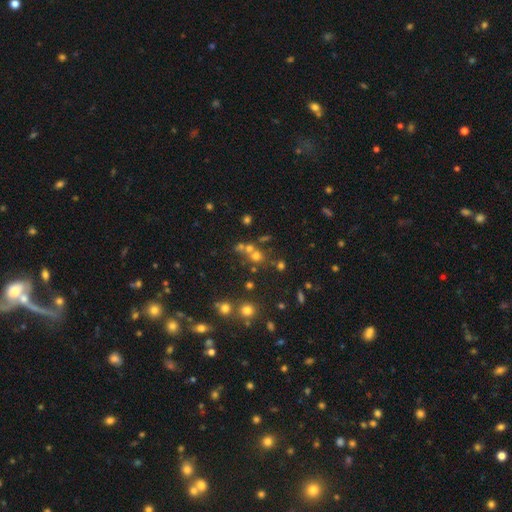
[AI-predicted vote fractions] Smooth or featured? smooth (49%)
Merging? none (57%)